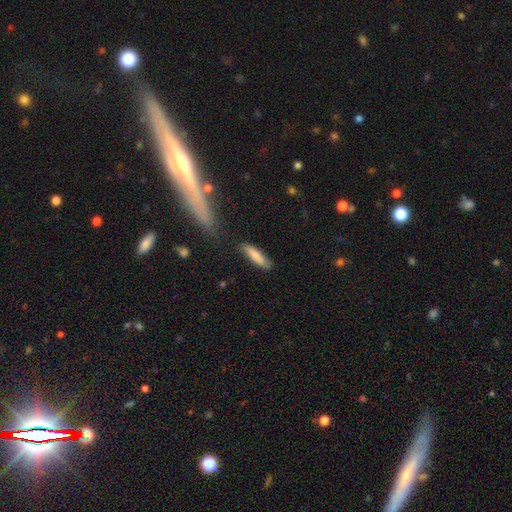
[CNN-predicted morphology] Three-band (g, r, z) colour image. It shows a smooth galaxy with no disk features (82%) that is cigar-shaped (72%). Merging: none (81%).